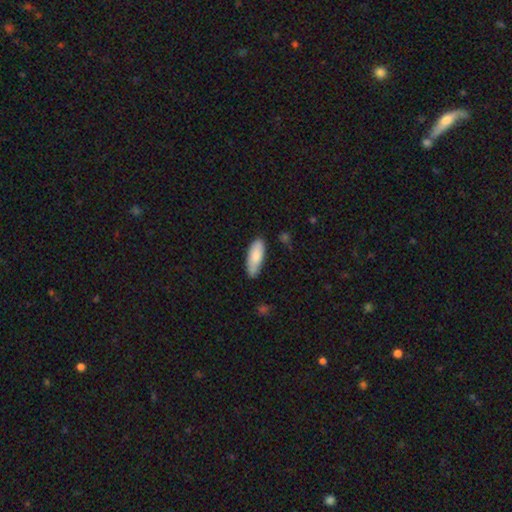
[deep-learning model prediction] Morphology: type=smooth (83%); roundness=in between (70%); merging=none (78%).